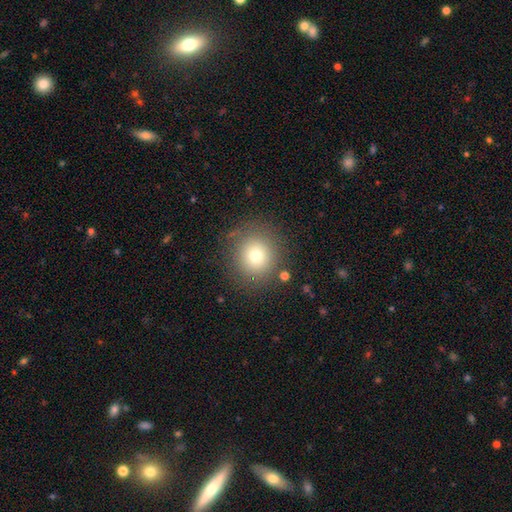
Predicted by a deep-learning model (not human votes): Smooth or featured: smooth — 74% (star or artifact — 14%)
How rounded: round — 91% (in between — 8%)
Merging: none — 84% (minor disturbance — 9%)